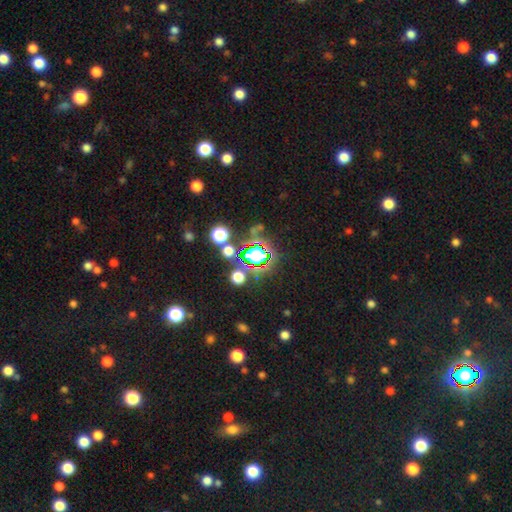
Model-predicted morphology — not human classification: A star or artifact, not a galaxy (56%).

Vote fractions:
- Smooth or featured? star or artifact: 56% / smooth: 32% / featured or disk: 12%